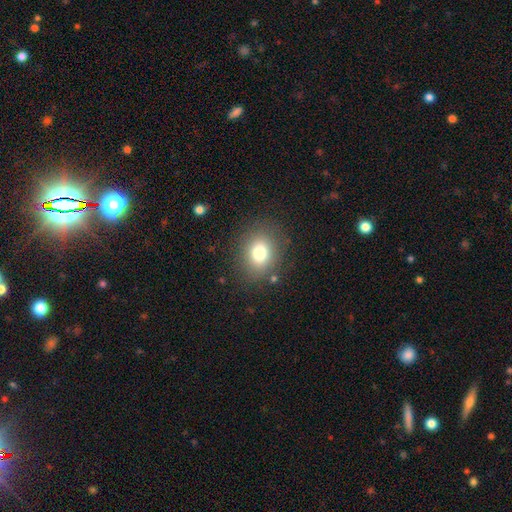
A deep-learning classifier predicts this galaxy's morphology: The model was most divided on "how rounded": round: 53%, in between: 46%, cigar-shaped: 1%. More confident: merging — none (87%); smooth or featured — smooth (76%).